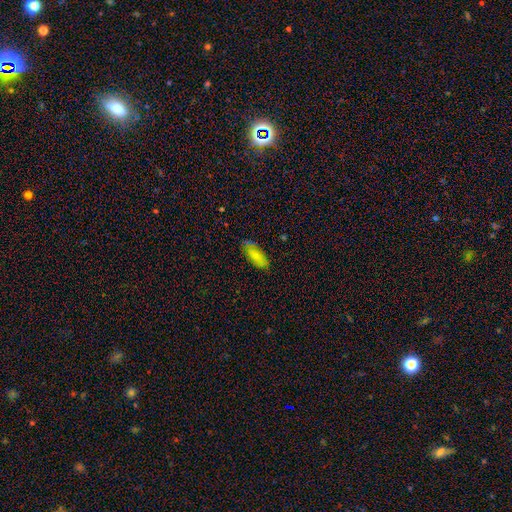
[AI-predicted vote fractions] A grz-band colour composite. It shows a smooth galaxy with no disk features (57%) that is in between round and cigar-shaped (75%). Merging: none (79%).